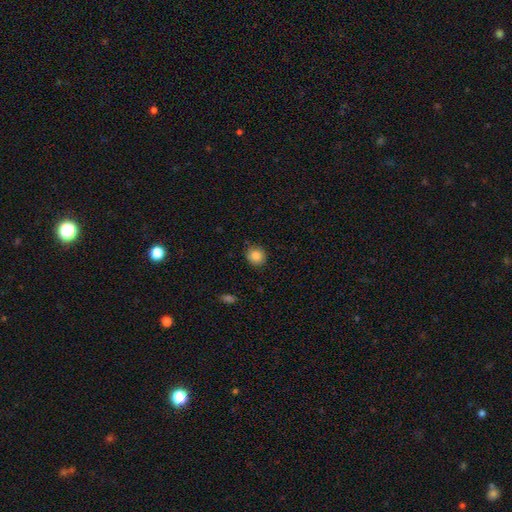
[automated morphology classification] smooth-or-featured: smooth: 84% | star or artifact: 10% | featured or disk: 7%
  how-rounded: round: 86% | in between: 13% | cigar-shaped: 1%
  merging: none: 86% | minor disturbance: 10% | major disturbance: 2% | merger: 1%